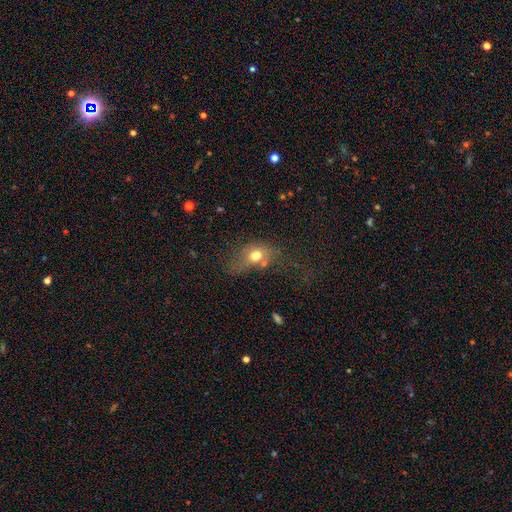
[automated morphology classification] Smooth or featured? smooth (67%)
How rounded? in between (66%)
Merging? none (31%)